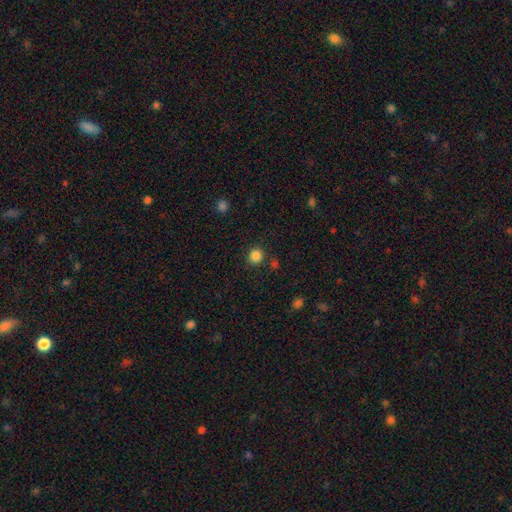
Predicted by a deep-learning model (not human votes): A smooth galaxy with no disk features (85%) that is round (87%). Merging: none (86%).